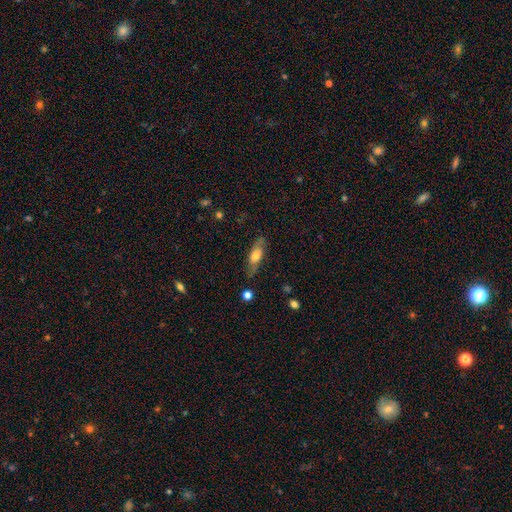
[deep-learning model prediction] This is possibly a smooth galaxy (55%). How rounded: possibly in between (51%). Merging: likely none (77%).